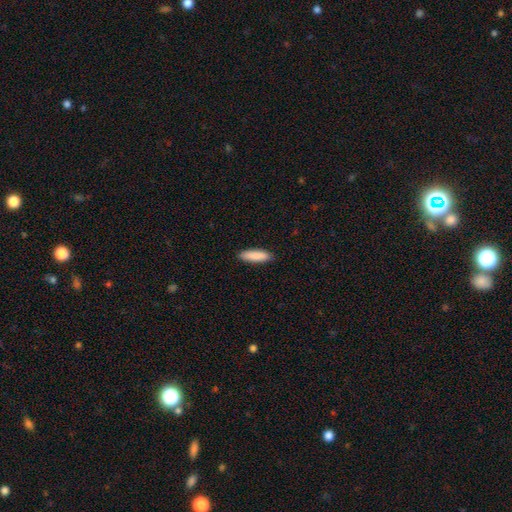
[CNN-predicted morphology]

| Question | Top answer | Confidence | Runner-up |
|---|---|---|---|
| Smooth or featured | smooth | 90% | star or artifact (5%) |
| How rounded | cigar-shaped | 58% | in between (41%) |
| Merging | none | 90% | minor disturbance (7%) |